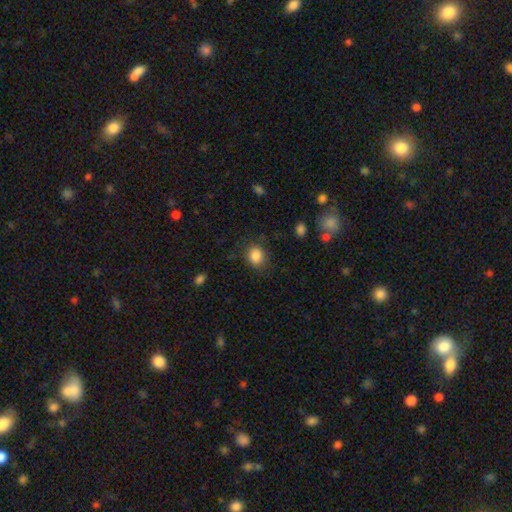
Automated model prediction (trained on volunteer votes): Smooth or featured: smooth — 86% (star or artifact — 9%)
How rounded: round — 66% (in between — 33%)
Merging: none — 81% (minor disturbance — 13%)